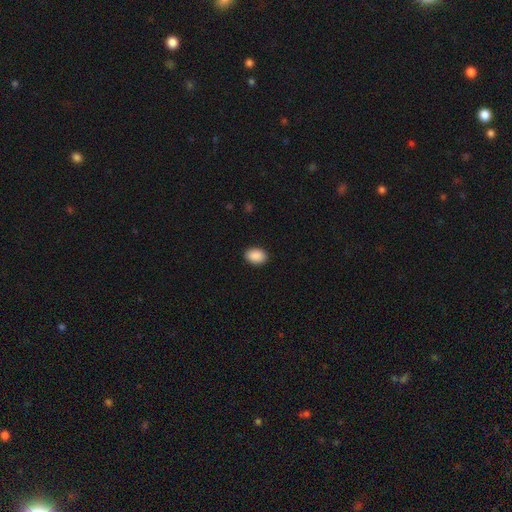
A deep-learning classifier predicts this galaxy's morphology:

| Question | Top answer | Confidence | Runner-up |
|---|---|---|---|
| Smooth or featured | smooth | 91% | star or artifact (7%) |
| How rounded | in between | 81% | round (18%) |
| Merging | none | 90% | minor disturbance (7%) |